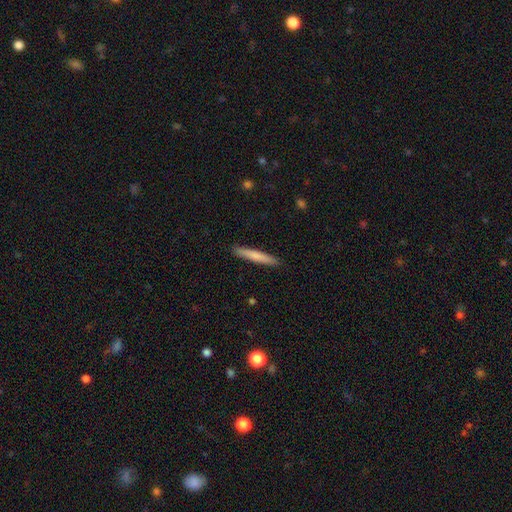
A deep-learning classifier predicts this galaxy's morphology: Smooth or featured?
  - smooth: 74% *
  - featured or disk: 21%
  - star or artifact: 5%
How rounded?
  - cigar-shaped: 95% *
  - in between: 4%
  - round: 1%
Merging?
  - none: 91% *
  - minor disturbance: 6%
  - major disturbance: 1%
  - merger: 1%